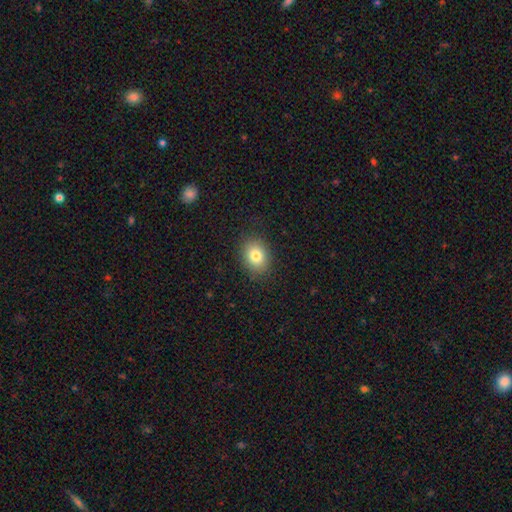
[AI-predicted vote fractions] The model was most divided on "how rounded": in between: 59%, round: 41%, cigar-shaped: 1%. More confident: merging — none (87%); smooth or featured — smooth (80%).